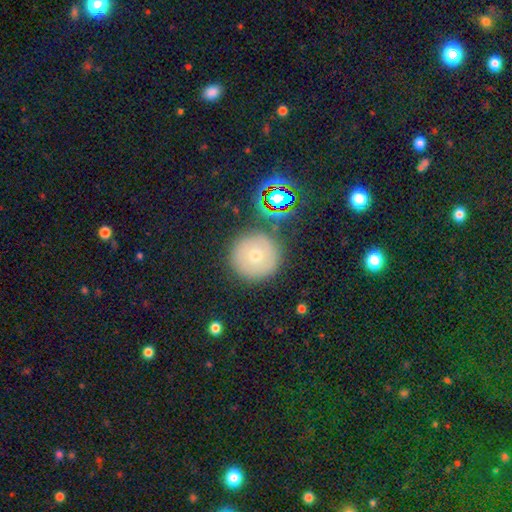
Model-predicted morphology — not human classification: Overall: smooth (60%; featured or disk 22%). How rounded: round (96%). Merging: none (87%).